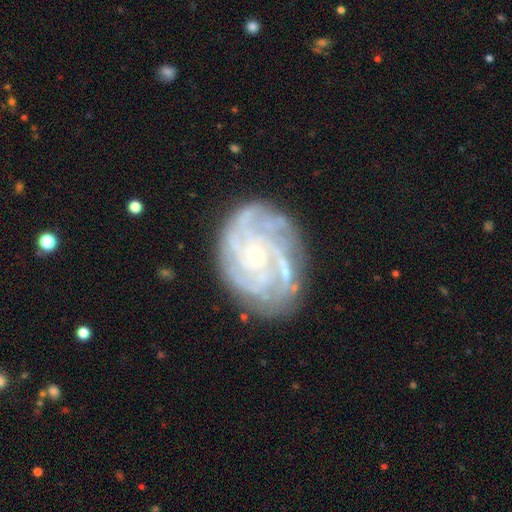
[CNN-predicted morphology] Overall: featured or disk (85%). Edge-on disk: no (97%). Bar: no (72%). Spiral arms: yes (95%). Spiral arm count: 4 (28%; can't tell 26%). Spiral winding: tight (64%; medium 29%). Bulge size: small (80%). Merging: none (75%).